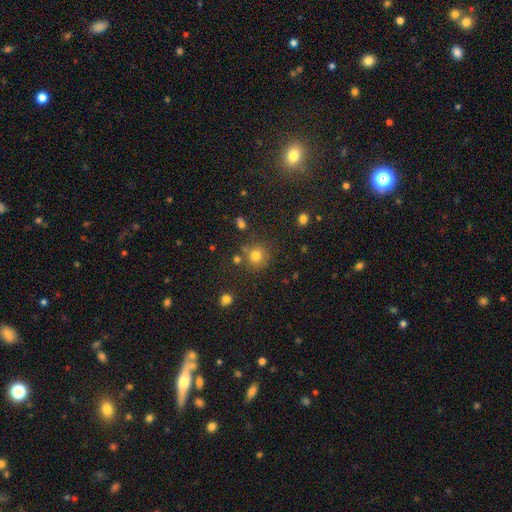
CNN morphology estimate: A smooth galaxy with no disk features (76%) that is round (89%). Merging: none (73%).